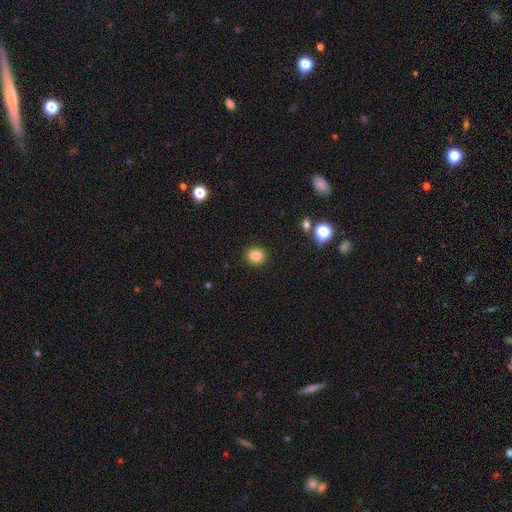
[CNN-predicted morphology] The model was most divided on "smooth or featured": smooth: 83%, star or artifact: 12%, featured or disk: 5%. More confident: merging — none (91%); how rounded — round (88%).